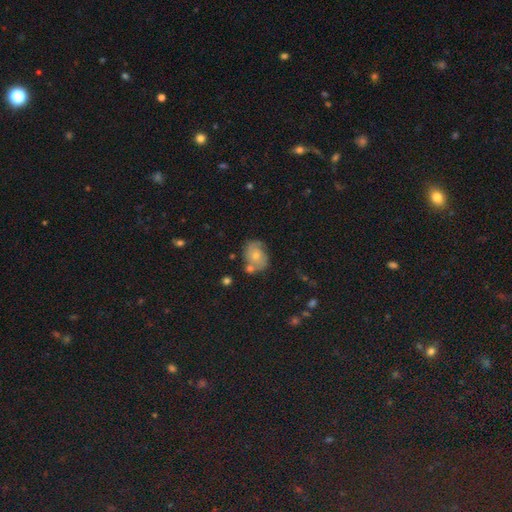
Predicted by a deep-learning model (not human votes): Overall: smooth (52%; featured or disk 39%). How rounded: in between (56%; round 43%). Merging: none (57%; minor disturbance 22%).